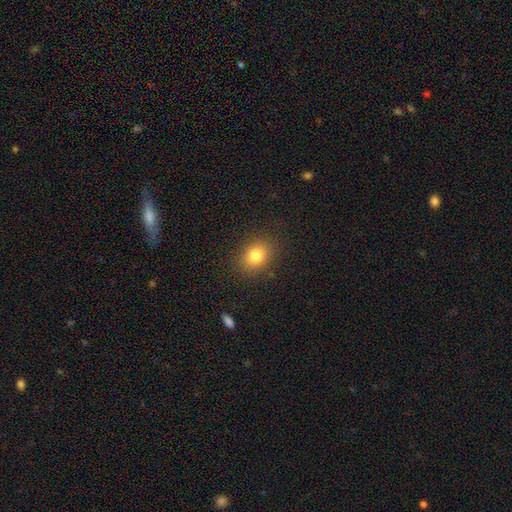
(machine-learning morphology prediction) smooth_or_featured: smooth (p=0.81) [alt: star or artifact p=0.11]
how_rounded: in between (p=0.55) [alt: round p=0.44]
merging: none (p=0.86) [alt: minor disturbance p=0.10]